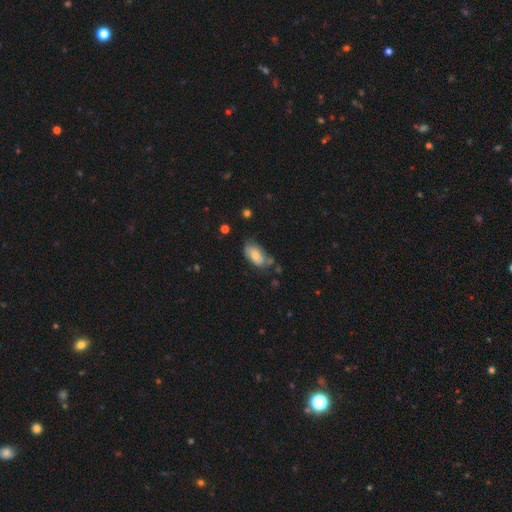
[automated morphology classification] smooth-or-featured: smooth: 72% | featured or disk: 21% | star or artifact: 7%
  how-rounded: in between: 92% | round: 4% | cigar-shaped: 4%
  merging: none: 50% | minor disturbance: 33% | major disturbance: 11% | merger: 6%